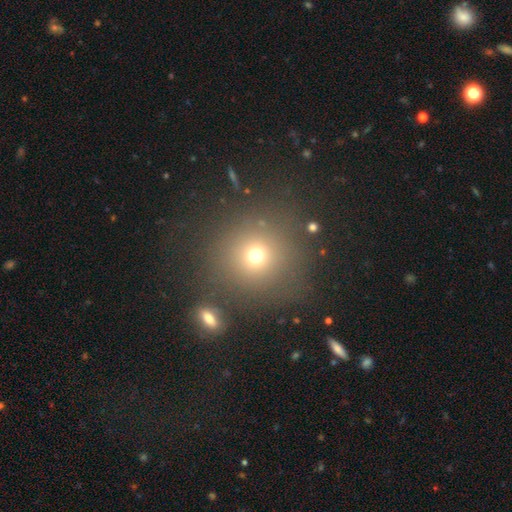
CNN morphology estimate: smooth 69%, star or artifact 21%, featured or disk 10%. Down the decision tree: how rounded — round (88%); merging — none (77%).